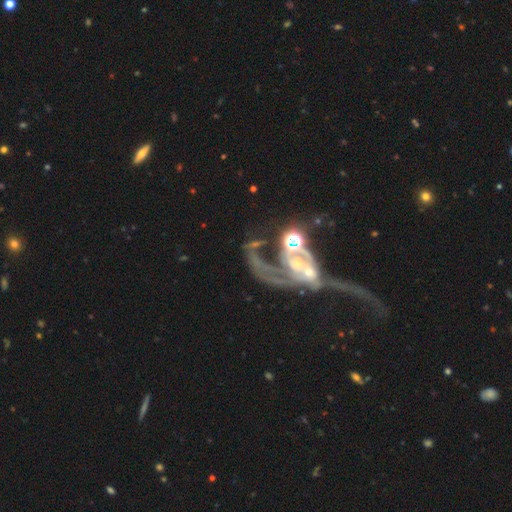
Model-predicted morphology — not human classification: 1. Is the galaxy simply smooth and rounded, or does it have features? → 77% featured or disk, 12% star or artifact, 11% smooth.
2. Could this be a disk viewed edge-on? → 95% no, 5% yes.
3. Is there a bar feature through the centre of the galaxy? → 59% no, 27% weak, 14% strong.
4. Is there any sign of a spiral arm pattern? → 76% yes, 24% no.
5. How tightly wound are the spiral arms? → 70% loose, 21% medium, 9% tight.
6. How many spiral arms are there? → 52% 2, 27% 1, 13% can't tell, 3% 3, 2% 4, 2% more than 4.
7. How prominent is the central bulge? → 39% small (tied), 39% moderate (tied), 13% none, 7% large, 3% dominant.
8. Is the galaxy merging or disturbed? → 59% merger, 23% major disturbance, 11% none, 7% minor disturbance.